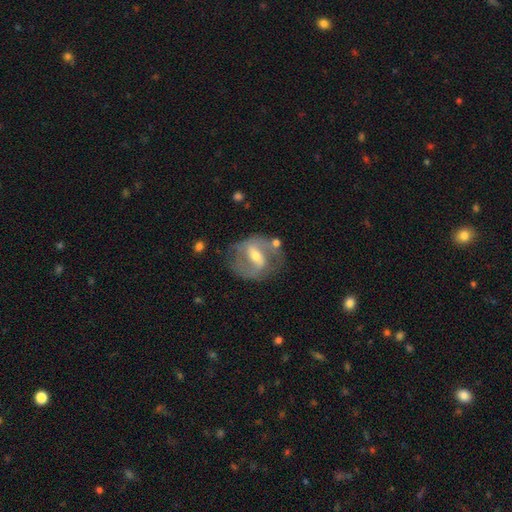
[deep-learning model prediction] Smooth or featured? featured or disk (76%)
Edge-on disk? no (94%)
Bar? strong (48%)
Spiral arms? yes (76%)
Spiral winding? medium (49%)
Spiral arm count? 2 (80%)
Bulge size? moderate (55%)
Merging? none (64%)